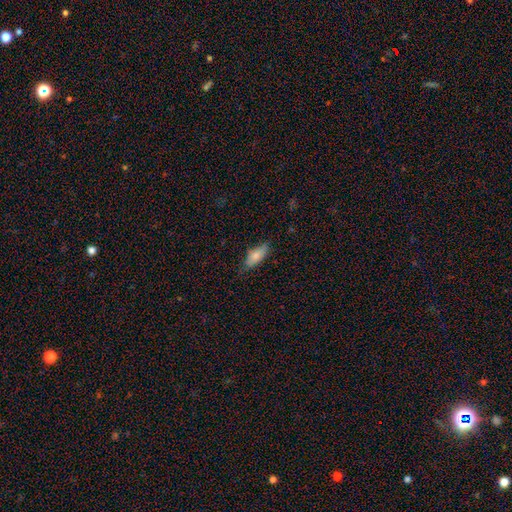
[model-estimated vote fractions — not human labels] Smooth or featured? Predicted: smooth (p=0.78). How rounded? Predicted: in between (p=0.74). Merging? Predicted: none (p=0.70).